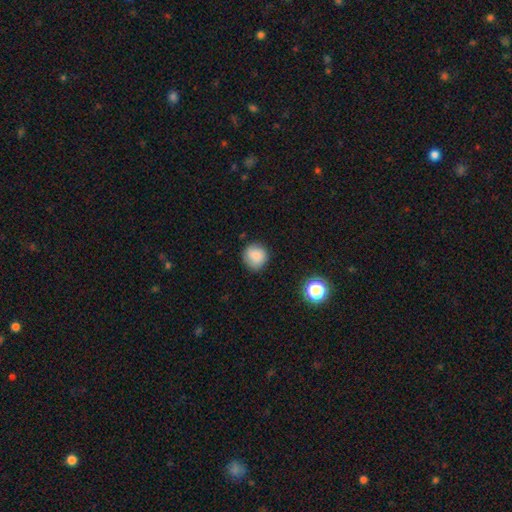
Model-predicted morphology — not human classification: Q: Smooth or featured?
A: smooth (83%); runner-up: star or artifact (10%)
Q: How rounded?
A: round (88%); runner-up: in between (11%)
Q: Merging?
A: none (81%); runner-up: minor disturbance (14%)